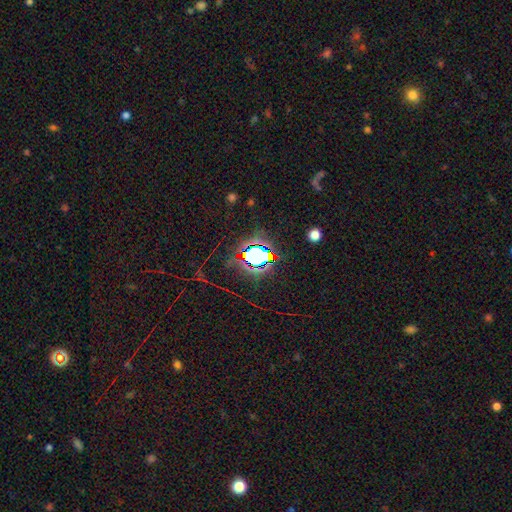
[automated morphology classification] Smooth or featured? Predicted: star or artifact (p=0.68).